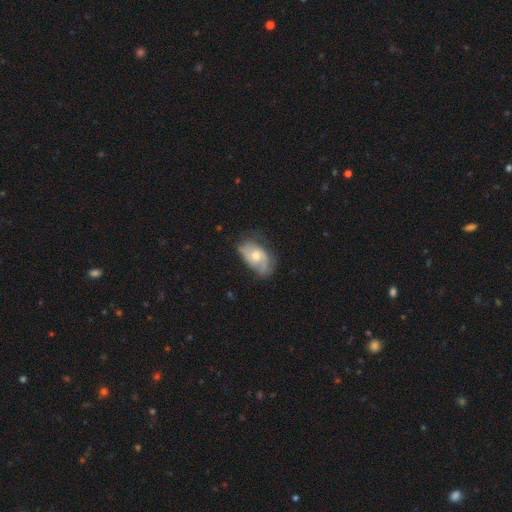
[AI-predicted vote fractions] A featured or disk galaxy (62%) with no bar (72%), spiral arms (80%) and a moderate central bulge (65%).

Vote fractions:
- Smooth or featured? featured or disk: 62% / smooth: 32% / star or artifact: 6%
- Edge-on disk? no: 95% / yes: 5%
- Bar? no: 72% / weak: 23% / strong: 5%
- Spiral arms? yes: 80% / no: 20%
- Bulge size? moderate: 65% / small: 29% / large: 4% / none: 1% / dominant: 1%
- Merging? none: 53% / minor disturbance: 31% / major disturbance: 14% / merger: 2%